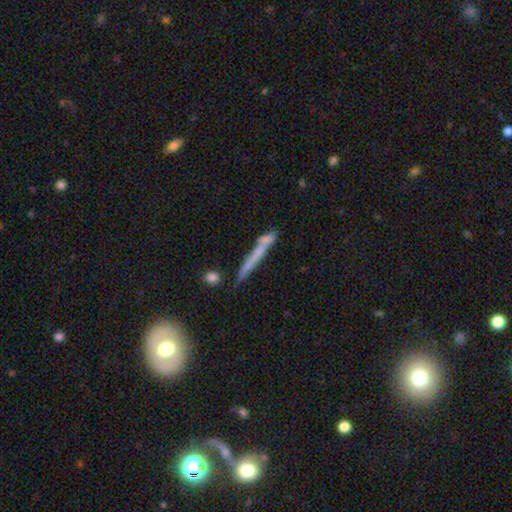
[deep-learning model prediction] Overall: smooth (49%; featured or disk 42%). Merging: none (68%).